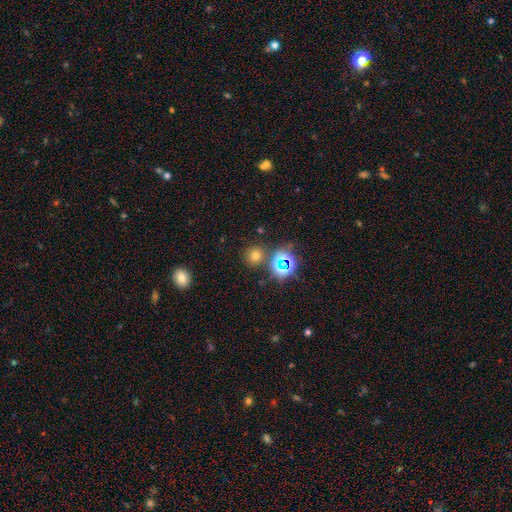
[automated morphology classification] Smooth or featured?
  - smooth: 64% *
  - star or artifact: 29%
  - featured or disk: 8%
How rounded?
  - round: 89% *
  - in between: 10%
  - cigar-shaped: 1%
Merging?
  - none: 82% *
  - minor disturbance: 8%
  - merger: 7%
  - major disturbance: 3%